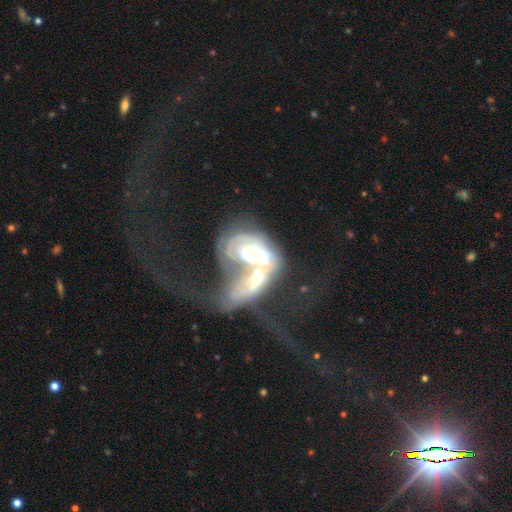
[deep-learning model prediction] This is likely a featured or disk galaxy (76%). It is clearly not viewed edge-on (94%). Bar: likely no (69%). Spiral arm pattern: likely yes (65%). Central bulge: likely moderate (62%). Merging: likely merger (78%).